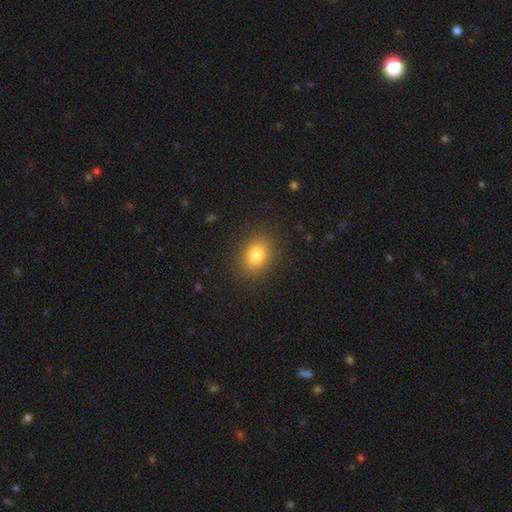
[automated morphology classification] A smooth galaxy with no disk features (81%) that is in between round and cigar-shaped (62%). Merging: none (87%).